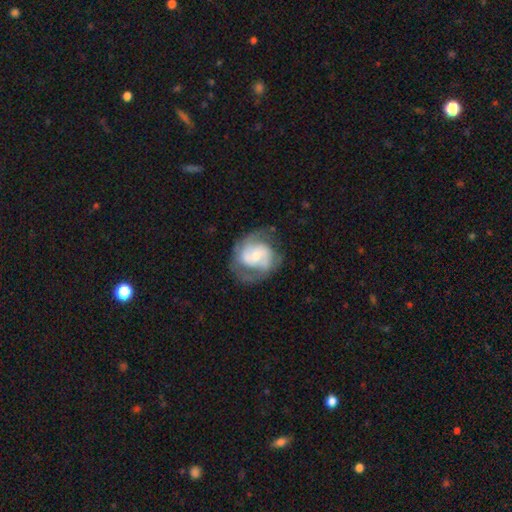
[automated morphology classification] Smooth or featured? featured or disk (73%)
Edge-on disk? no (97%)
Bar? no (46%)
Spiral arms? yes (86%)
Spiral winding? medium (46%)
Spiral arm count? 2 (70%)
Bulge size? moderate (46%)
Merging? none (63%)